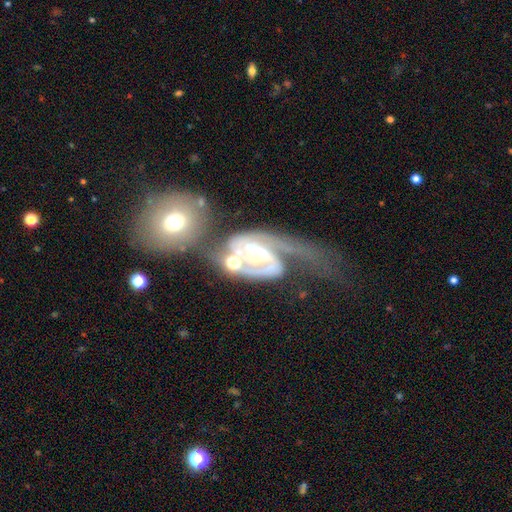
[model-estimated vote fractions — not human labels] A featured or disk galaxy (89%) with no bar (46%), 2 (71%) medium (44%) spiral arms (96%) and a moderate central bulge (62%).

Vote fractions:
- Smooth or featured? featured or disk: 89% / smooth: 6% / star or artifact: 5%
- Edge-on disk? no: 97% / yes: 3%
- Bar? no: 46% / weak: 35% / strong: 19%
- Spiral arms? yes: 96% / no: 4%
- Spiral winding? medium: 44% / tight: 37% / loose: 19%
- Spiral arm count? 2: 71% / 1: 14% / can't tell: 7% / 3: 5% / 4: 2% / more than 4: 2%
- Bulge size? moderate: 62% / small: 31% / large: 5% / none: 2% / dominant: 1%
- Merging? merger: 39% / major disturbance: 27% / none: 21% / minor disturbance: 13%